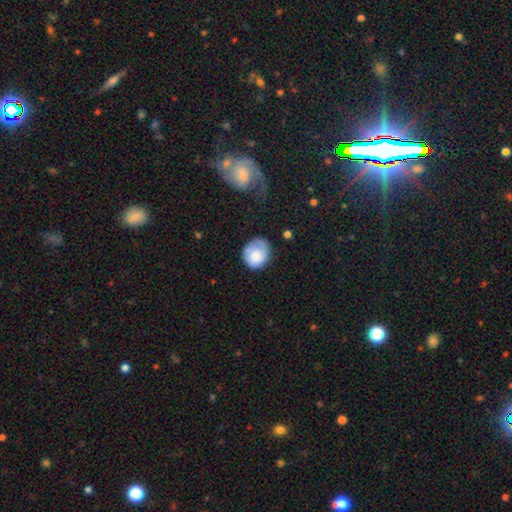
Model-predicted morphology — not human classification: Smooth or featured?
  - smooth: 69% *
  - featured or disk: 24%
  - star or artifact: 7%
How rounded?
  - round: 66% *
  - in between: 33%
  - cigar-shaped: 1%
Merging?
  - none: 63% *
  - minor disturbance: 27%
  - major disturbance: 8%
  - merger: 2%